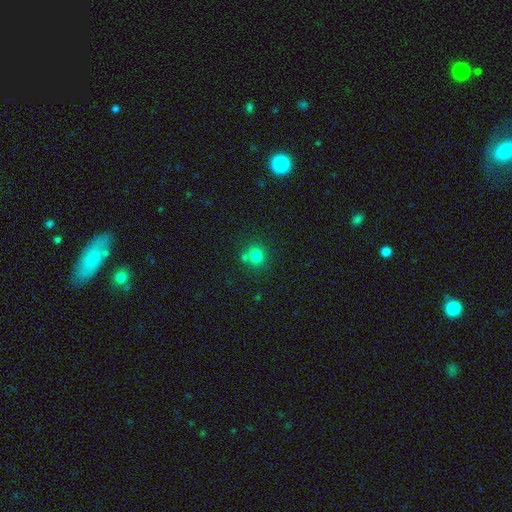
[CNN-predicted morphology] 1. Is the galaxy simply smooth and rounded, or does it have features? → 79% smooth, 14% star or artifact, 8% featured or disk.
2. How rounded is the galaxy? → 87% round, 12% in between, 1% cigar-shaped.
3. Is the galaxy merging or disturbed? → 65% none, 22% merger, 10% minor disturbance, 3% major disturbance.